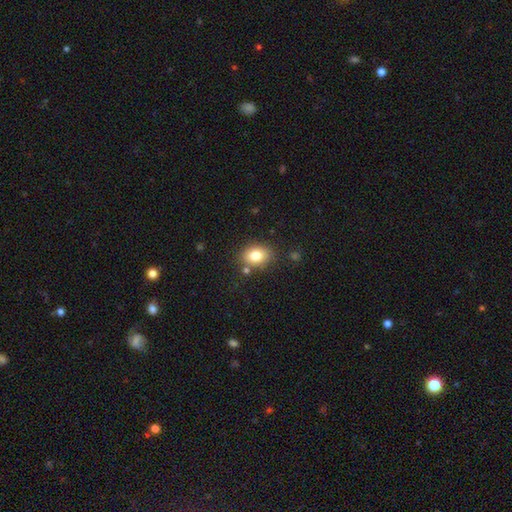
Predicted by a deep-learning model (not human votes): Smooth or featured?
  - smooth: 81% *
  - star or artifact: 10%
  - featured or disk: 9%
How rounded?
  - in between: 67% *
  - round: 32%
  - cigar-shaped: 1%
Merging?
  - none: 77% *
  - minor disturbance: 13%
  - merger: 7%
  - major disturbance: 4%